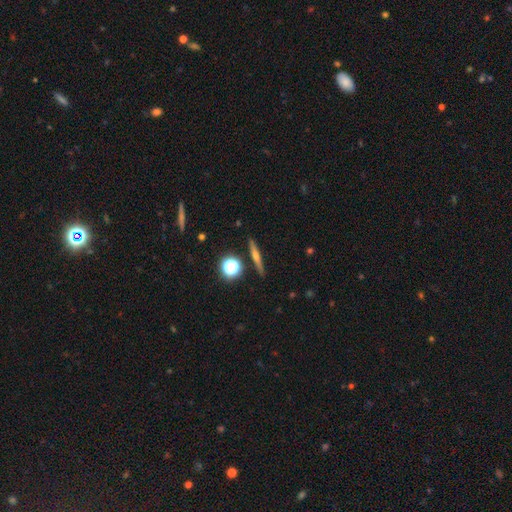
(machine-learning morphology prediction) Smooth or featured?
  - featured or disk: 60% *
  - smooth: 29%
  - star or artifact: 12%
Edge-on disk?
  - yes: 96% *
  - no: 4%
Edge-on bulge?
  - rounded: 85% *
  - none: 10%
  - boxy: 4%
Merging?
  - none: 90% *
  - minor disturbance: 6%
  - merger: 2%
  - major disturbance: 2%